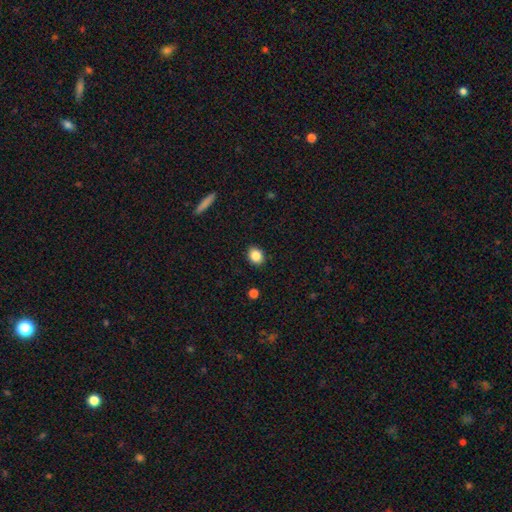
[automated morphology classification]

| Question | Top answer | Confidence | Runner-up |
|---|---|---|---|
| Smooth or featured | smooth | 86% | star or artifact (9%) |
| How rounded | round | 54% | in between (45%) |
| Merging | none | 90% | minor disturbance (7%) |